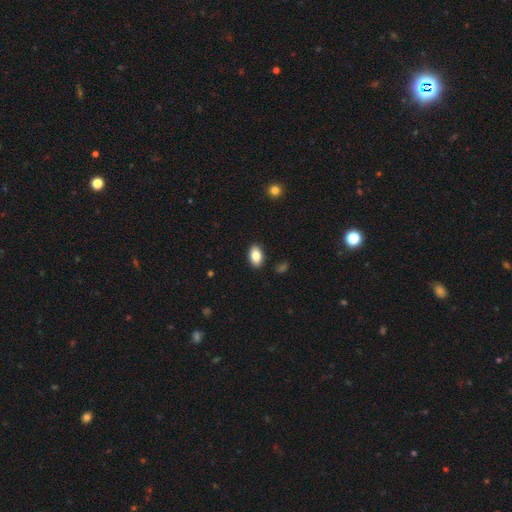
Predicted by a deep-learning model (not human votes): This is clearly a smooth galaxy (86%). How rounded: clearly in between (91%). Merging: clearly none (89%).